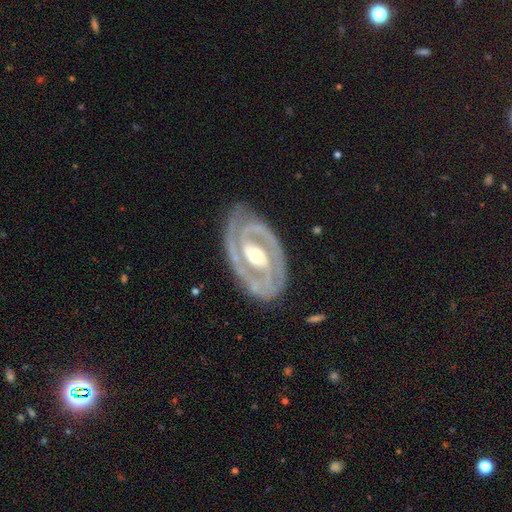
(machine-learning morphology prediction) smooth_or_featured: featured or disk (p=0.92) [alt: smooth p=0.04]
disk_edge_on: no (p=0.97) [alt: yes p=0.03]
bar: strong (p=0.38) [alt: weak p=0.34]
has_spiral_arms: yes (p=0.97) [alt: no p=0.03]
spiral_winding: tight (p=0.65) [alt: medium p=0.31]
spiral_arm_count: 2 (p=0.89) [alt: 3 p=0.04]
bulge_size: moderate (p=0.68) [alt: small p=0.25]
merging: none (p=0.82) [alt: minor disturbance p=0.13]